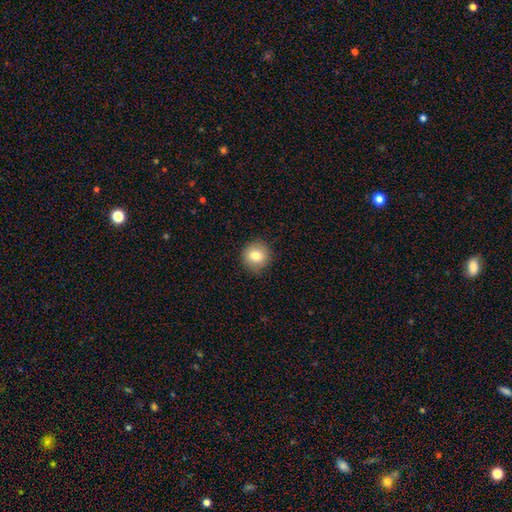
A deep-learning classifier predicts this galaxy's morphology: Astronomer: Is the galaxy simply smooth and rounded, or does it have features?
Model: smooth — 80%.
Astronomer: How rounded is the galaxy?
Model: round — 91%.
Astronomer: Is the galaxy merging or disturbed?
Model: none — 86%.